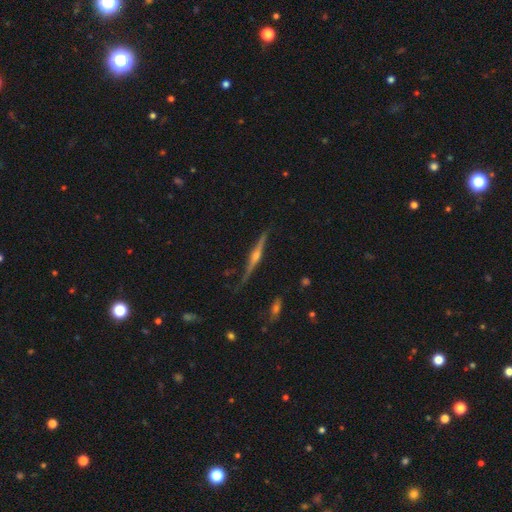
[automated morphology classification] A featured or disk galaxy (83%) viewed edge-on (98%) with a rounded central bulge (89%).

Vote fractions:
- Smooth or featured? featured or disk: 83% / smooth: 11% / star or artifact: 6%
- Edge-on disk? yes: 98% / no: 2%
- Edge-on bulge? rounded: 89% / boxy: 6% / none: 5%
- Merging? none: 83% / minor disturbance: 13% / major disturbance: 3% / merger: 2%